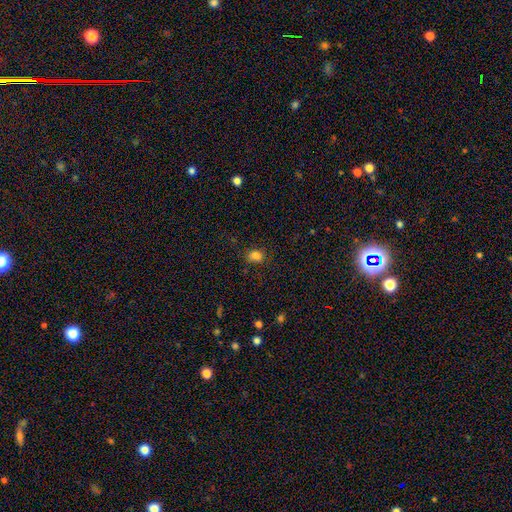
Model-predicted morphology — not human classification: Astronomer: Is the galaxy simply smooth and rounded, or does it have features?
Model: smooth — 82%.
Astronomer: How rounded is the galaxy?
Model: in between — 55% (runner-up: round, 44%).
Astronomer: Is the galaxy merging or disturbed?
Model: none — 81%.